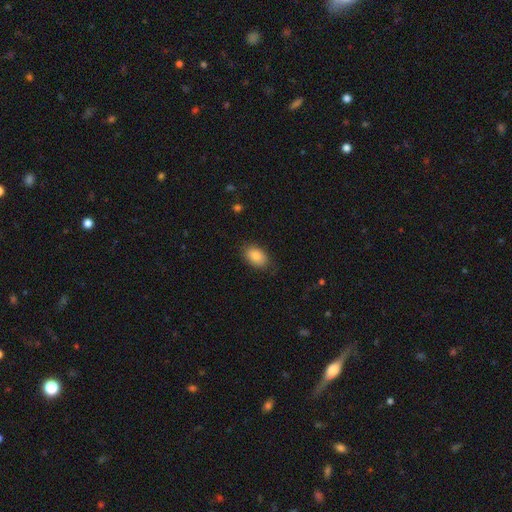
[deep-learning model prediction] This is clearly a smooth galaxy (85%). How rounded: clearly in between (89%). Merging: clearly none (82%).